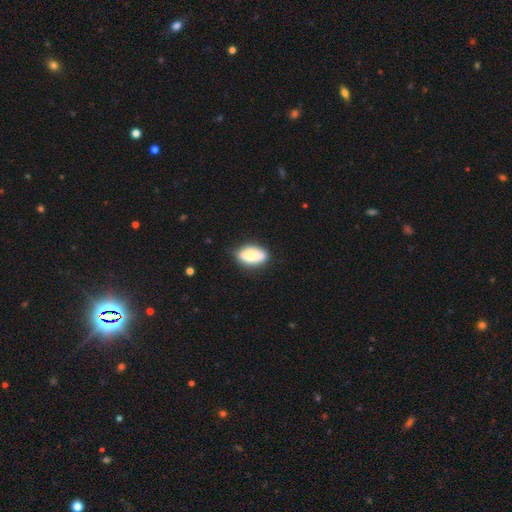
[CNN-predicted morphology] Smooth or featured? smooth (76%)
How rounded? in between (91%)
Merging? none (74%)